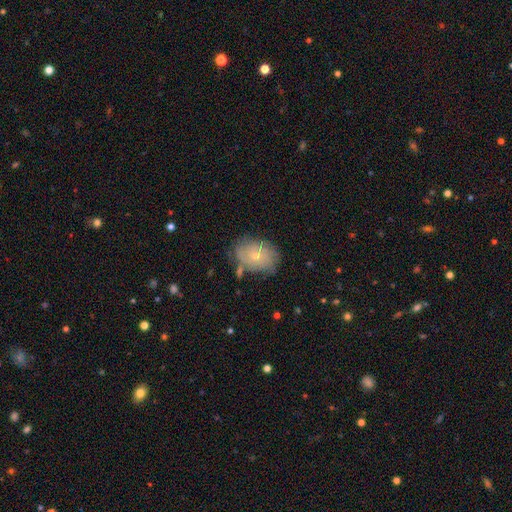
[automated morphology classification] Smooth or featured? featured or disk (48%)
Merging? none (67%)